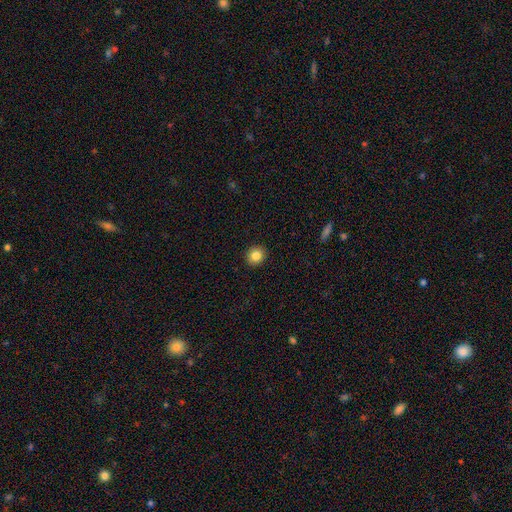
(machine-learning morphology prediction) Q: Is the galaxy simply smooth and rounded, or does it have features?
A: smooth — 85%.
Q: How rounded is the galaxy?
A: round — 85%.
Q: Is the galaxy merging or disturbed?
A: none — 92%.